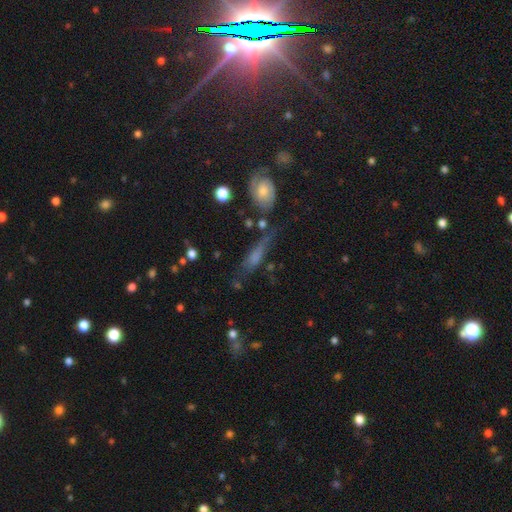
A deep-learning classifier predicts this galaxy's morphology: Overall: smooth (47%; featured or disk 38%). Merging: none (50%; minor disturbance 24%).